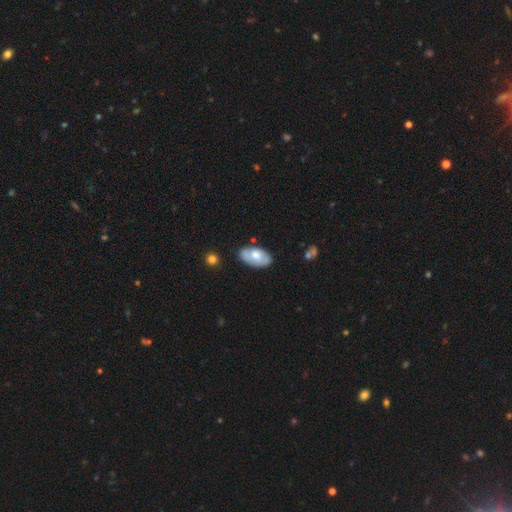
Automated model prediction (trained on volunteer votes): This is likely a smooth galaxy (64%). How rounded: clearly in between (94%). Merging: likely none (75%).